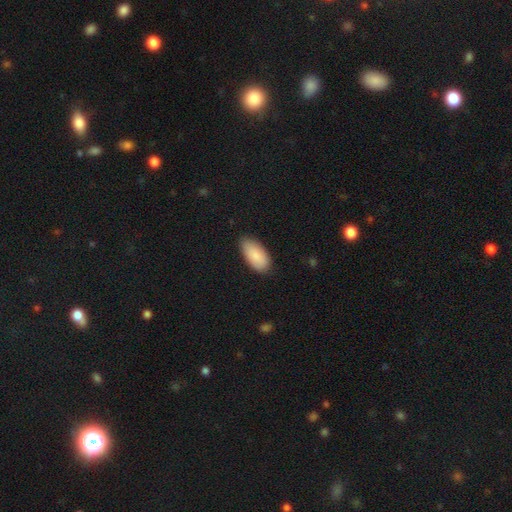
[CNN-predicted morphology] Overall: smooth (88%). How rounded: in between (93%). Merging: none (77%).